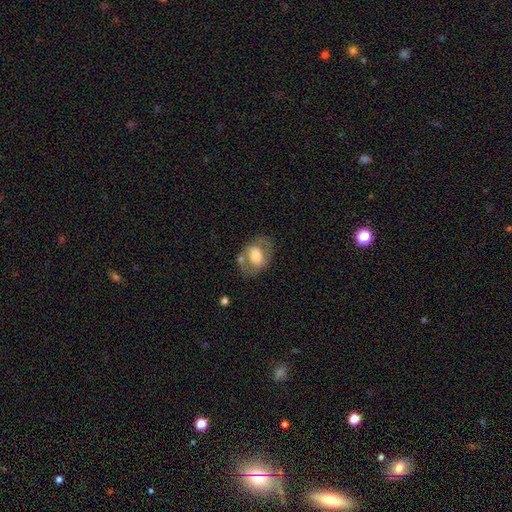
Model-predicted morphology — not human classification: Smooth or featured? Predicted: smooth (p=0.54). How rounded? Predicted: in between (p=0.72). Merging? Predicted: none (p=0.60).